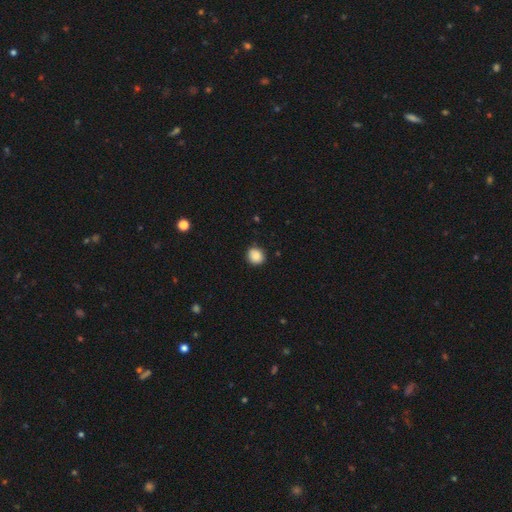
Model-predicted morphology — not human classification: Smooth or featured? smooth (88%)
How rounded? round (83%)
Merging? none (86%)